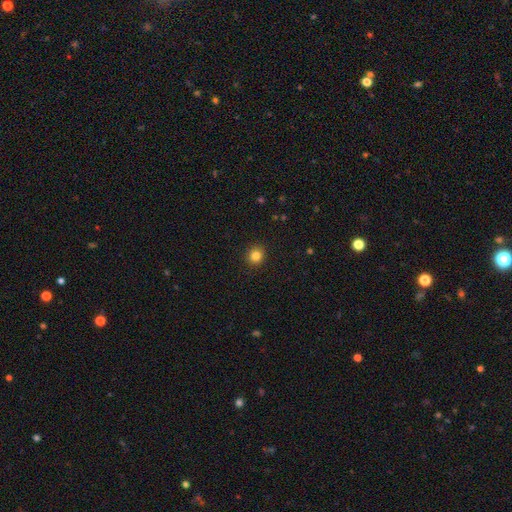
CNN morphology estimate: This is clearly a smooth galaxy (83%). How rounded: clearly round (90%). Merging: clearly none (92%).